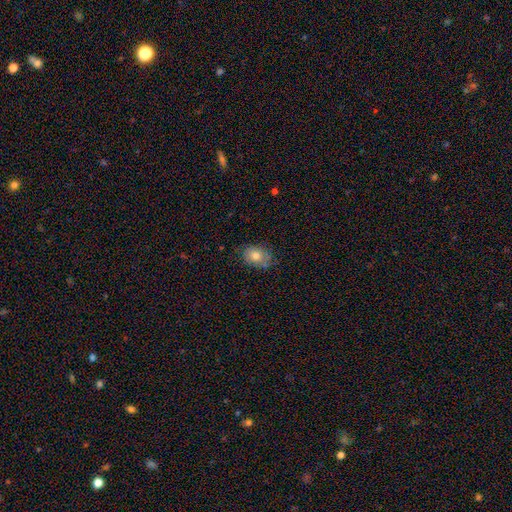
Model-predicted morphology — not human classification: smooth_or_featured: smooth (p=0.76) [alt: featured or disk p=0.15]
how_rounded: in between (p=0.66) [alt: round p=0.33]
merging: none (p=0.71) [alt: minor disturbance p=0.22]